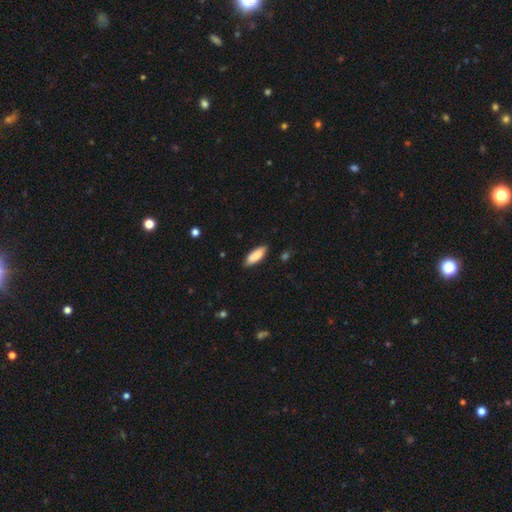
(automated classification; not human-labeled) Smooth or featured? smooth (86%)
How rounded? in between (68%)
Merging? none (85%)